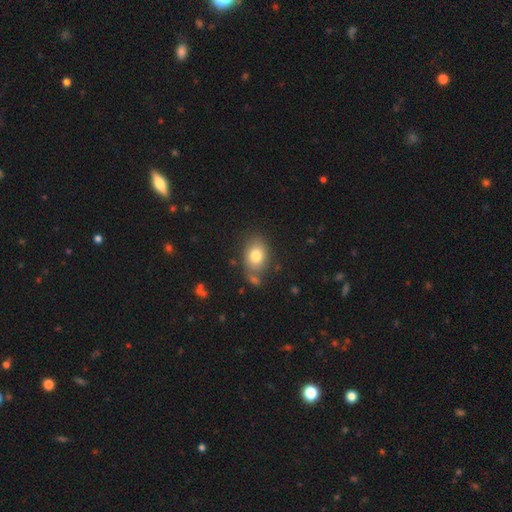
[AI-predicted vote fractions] Smooth or featured? Predicted: smooth (p=0.78). How rounded? Predicted: in between (p=0.71). Merging? Predicted: none (p=0.69).